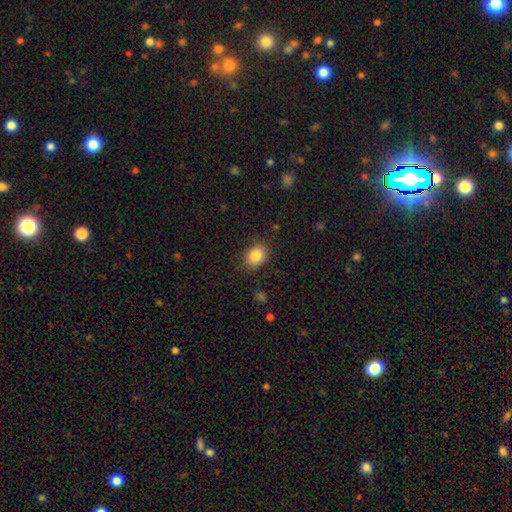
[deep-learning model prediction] A smooth galaxy with no disk features (84%) that is round (50%). Merging: none (83%).